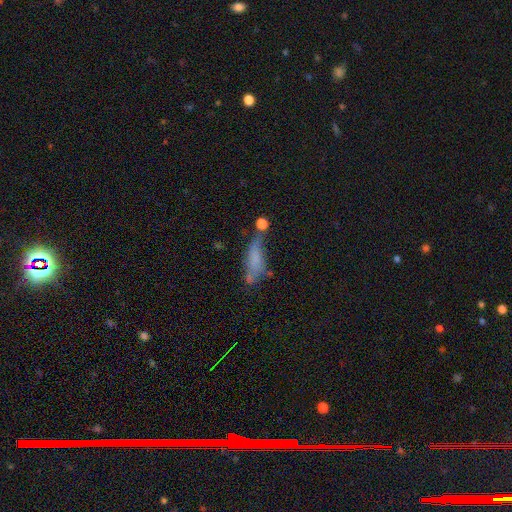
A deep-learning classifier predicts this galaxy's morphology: Smooth or featured: smooth — 61% (featured or disk — 27%)
How rounded: cigar-shaped — 48% (tied with in between — 48%)
Merging: none — 35% (minor disturbance — 25%)